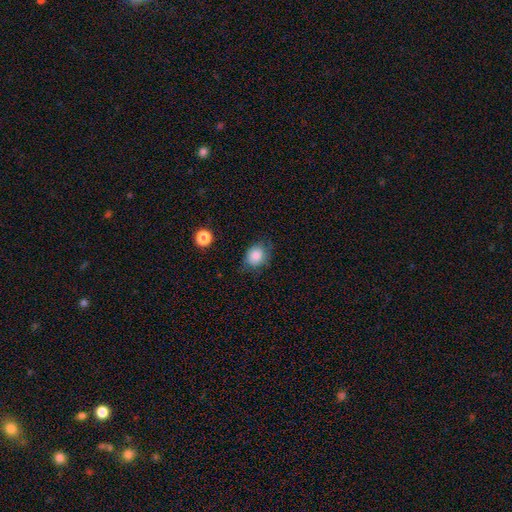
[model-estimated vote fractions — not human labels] Overall: smooth (84%). How rounded: round (58%; in between 41%). Merging: none (68%).